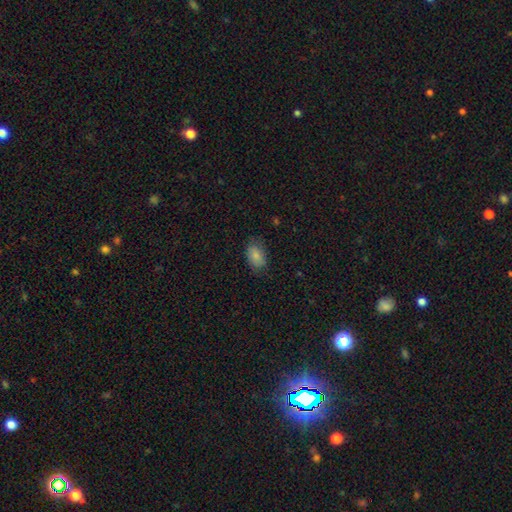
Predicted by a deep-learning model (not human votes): Morphology: type=smooth (83%); roundness=in between (88%); merging=none (77%).